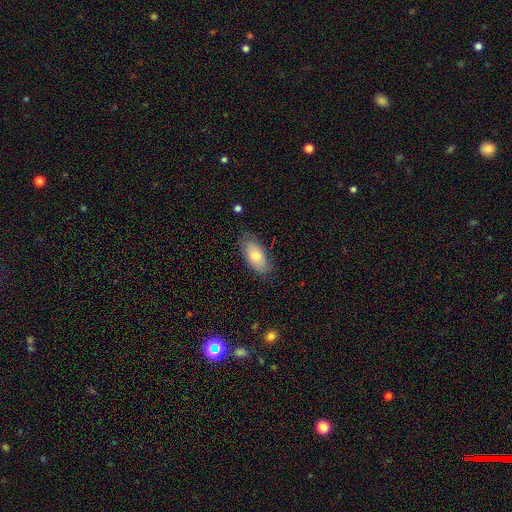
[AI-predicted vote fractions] Morphology: type=smooth (76%); roundness=in between (91%); merging=none (79%).